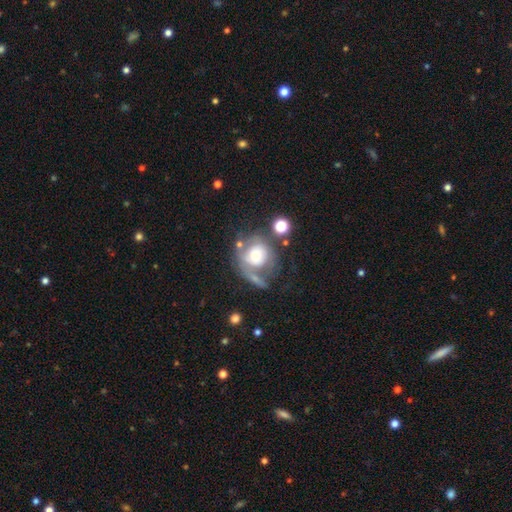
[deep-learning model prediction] Morphology: type=featured or disk (47%); merging=none (39%).